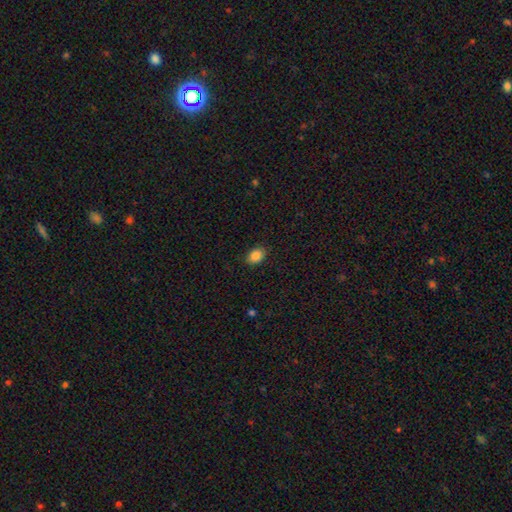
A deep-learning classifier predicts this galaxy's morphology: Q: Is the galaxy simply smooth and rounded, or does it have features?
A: smooth — 87%.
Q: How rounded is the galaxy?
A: in between — 77%.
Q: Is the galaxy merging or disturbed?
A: none — 88%.